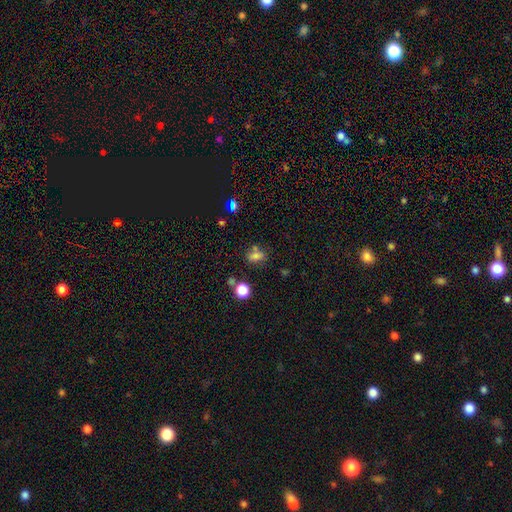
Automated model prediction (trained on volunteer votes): Overall: smooth (71%). How rounded: in between (60%; round 37%). Merging: none (62%).